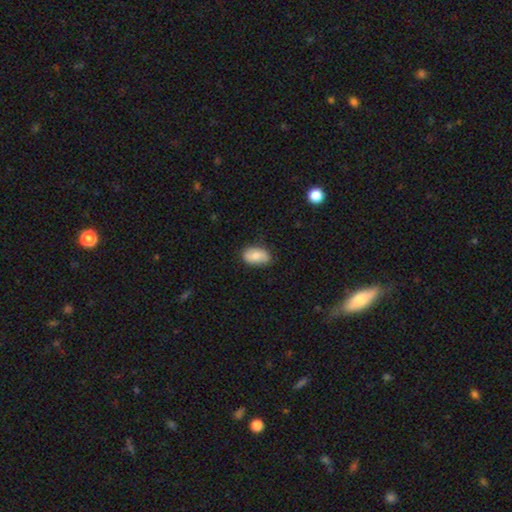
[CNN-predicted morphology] smooth-or-featured: smooth: 77% | featured or disk: 16% | star or artifact: 7%
  how-rounded: in between: 91% | round: 7% | cigar-shaped: 2%
  merging: none: 76% | minor disturbance: 20% | major disturbance: 3% | merger: 1%